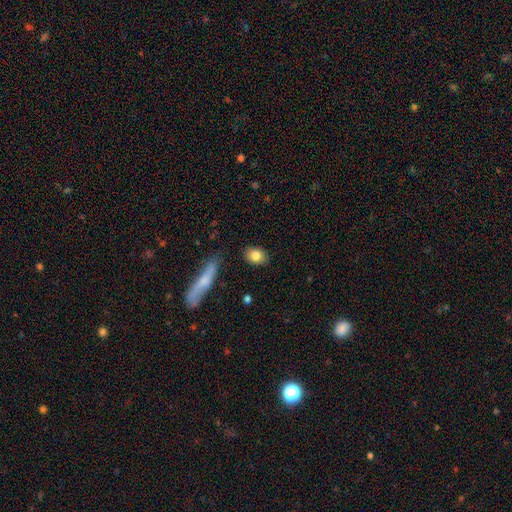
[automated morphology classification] smooth 81%, featured or disk 11%, star or artifact 8%. Down the decision tree: how rounded — in between (65%); merging — none (86%).